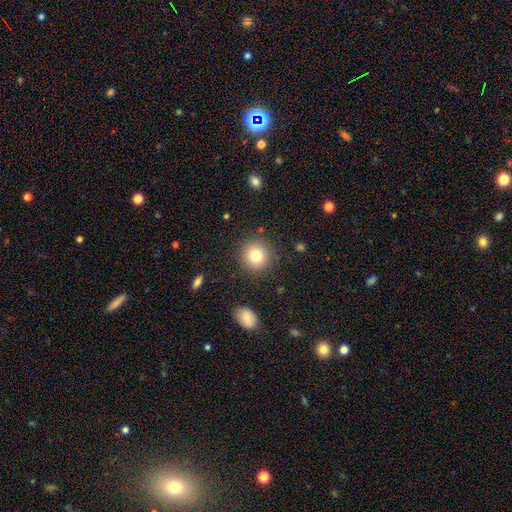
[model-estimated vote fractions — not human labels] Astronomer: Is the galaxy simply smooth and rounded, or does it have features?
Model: smooth — 80%.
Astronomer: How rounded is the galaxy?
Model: round — 92%.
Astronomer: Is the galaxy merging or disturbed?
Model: none — 88%.